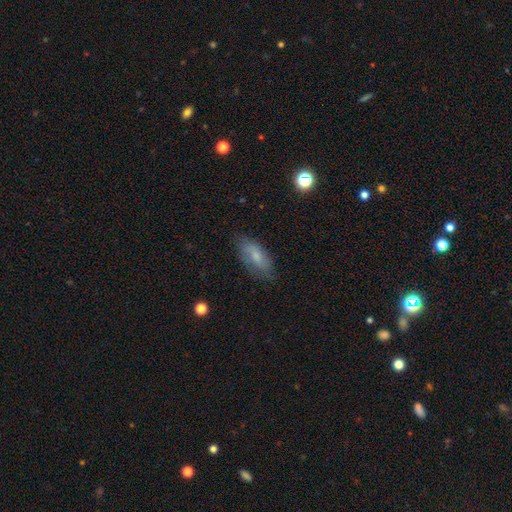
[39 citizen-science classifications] Smooth or featured: featured or disk — 46% (smooth — 44%)
Edge-on disk: no — 78% (yes — 22%)
Bar: no — 64% (weak — 36%)
Spiral arms: yes — 57% (no — 43%)
Spiral winding: medium — 50% (tight — 25%)
Spiral arm count: can't tell — 50% (2 — 38%)
Bulge size: moderate — 43% (small — 36%)
Merging: none — 80% (minor disturbance — 20%)